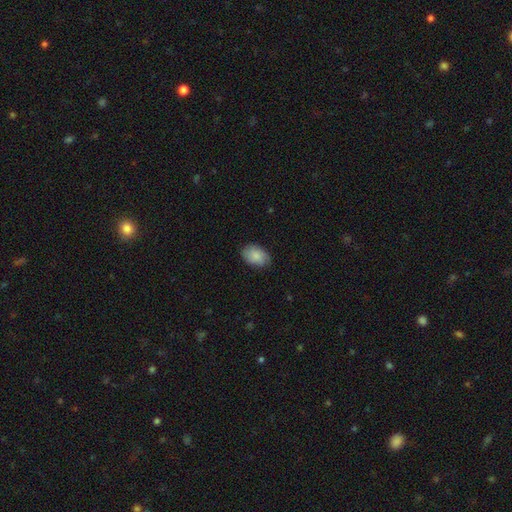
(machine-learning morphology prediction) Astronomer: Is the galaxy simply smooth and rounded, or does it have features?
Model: smooth — 84%.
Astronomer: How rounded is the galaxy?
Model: in between — 86%.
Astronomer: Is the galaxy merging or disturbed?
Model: none — 79%.